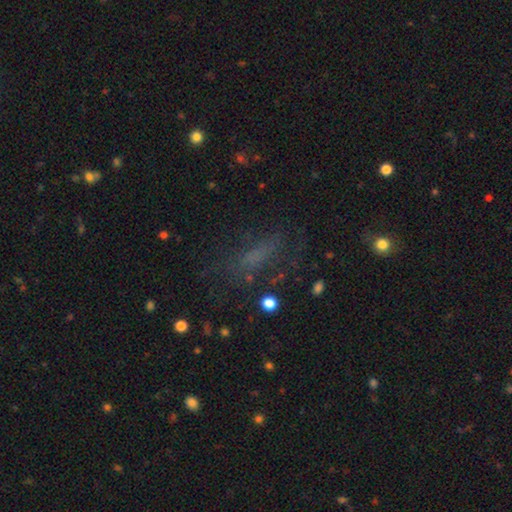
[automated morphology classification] Smooth or featured? smooth (47%)
Merging? none (57%)